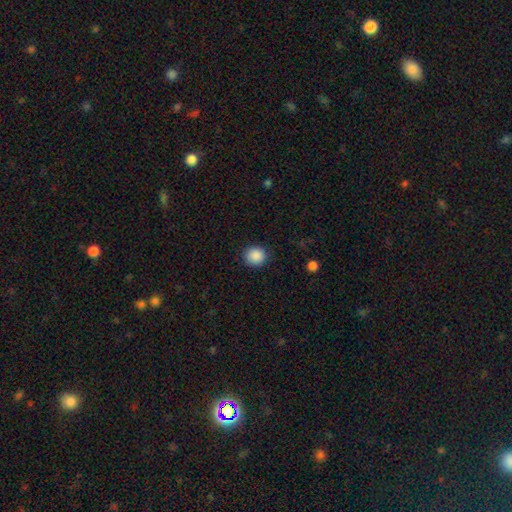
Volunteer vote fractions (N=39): A smooth galaxy with no disk features (87%) that is round (85%).

Vote fractions:
- Smooth or featured? smooth: 87% / star or artifact: 8% / featured or disk: 5%
- How rounded? round: 85% / in between: 15% / cigar-shaped: 0%
- Merging? none: 92% / major disturbance: 6% / minor disturbance: 3% / merger: 0%